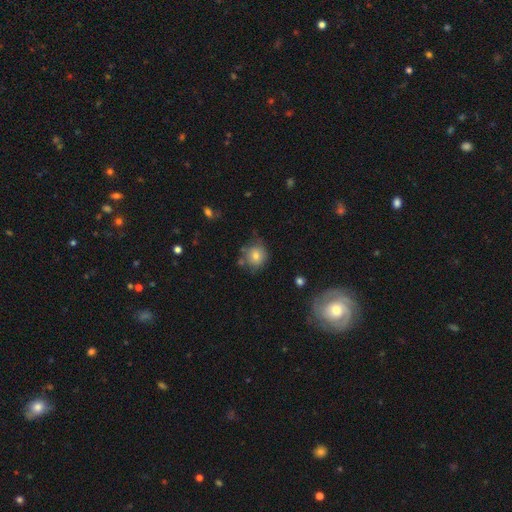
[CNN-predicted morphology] A smooth galaxy with no disk features (74%) that is round (84%).

Vote fractions:
- Smooth or featured? smooth: 74% / featured or disk: 15% / star or artifact: 11%
- How rounded? round: 84% / in between: 15% / cigar-shaped: 1%
- Merging? none: 68% / minor disturbance: 20% / merger: 6% / major disturbance: 6%